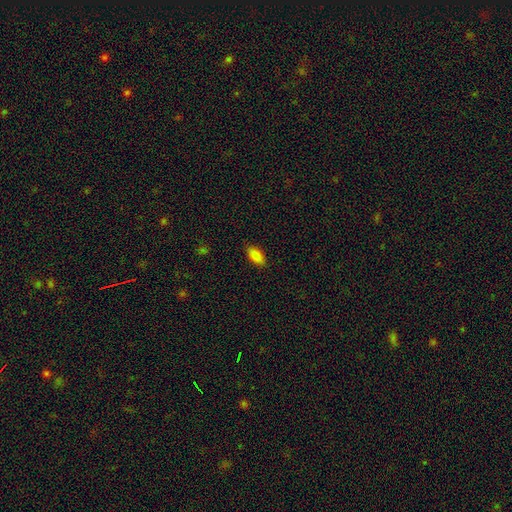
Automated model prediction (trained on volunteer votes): Smooth or featured? Predicted: smooth (p=0.86). How rounded? Predicted: in between (p=0.92). Merging? Predicted: none (p=0.88).